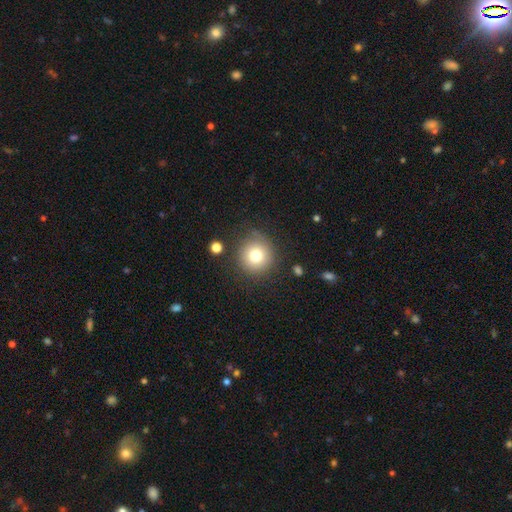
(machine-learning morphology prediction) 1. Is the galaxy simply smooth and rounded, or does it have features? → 76% smooth, 12% star or artifact, 12% featured or disk.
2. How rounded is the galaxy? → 93% round, 6% in between, 1% cigar-shaped.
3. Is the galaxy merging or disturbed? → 81% none, 12% minor disturbance, 4% major disturbance, 3% merger.